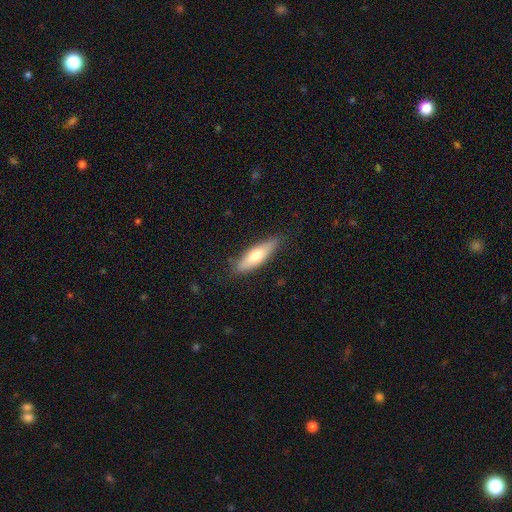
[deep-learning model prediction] smooth 63%, featured or disk 31%, star or artifact 6%. Down the decision tree: how rounded — cigar-shaped (55%); merging — none (82%).